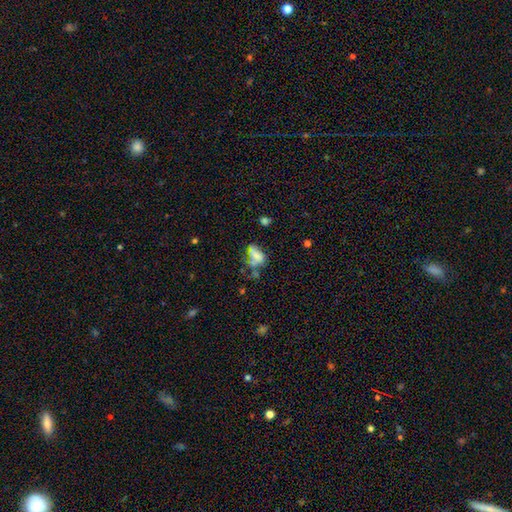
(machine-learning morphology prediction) smooth_or_featured: smooth (p=0.52) [alt: featured or disk p=0.32]
how_rounded: in between (p=0.77) [alt: round p=0.20]
merging: none (p=0.27) [tied with: major disturbance p=0.27]